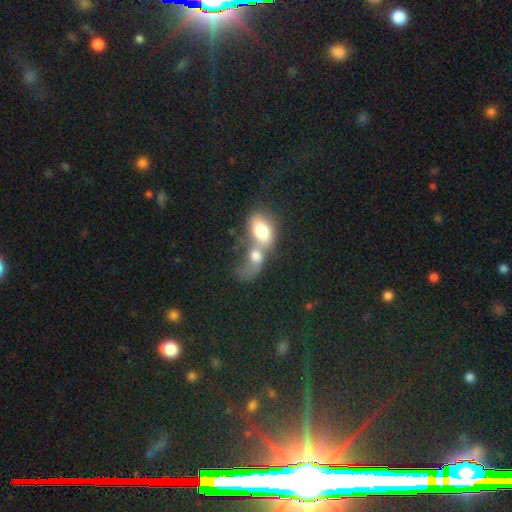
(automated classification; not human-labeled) smooth_or_featured: smooth (p=0.65) [alt: featured or disk p=0.25]
how_rounded: in between (p=0.77) [alt: round p=0.20]
merging: merger (p=0.78) [alt: none p=0.09]